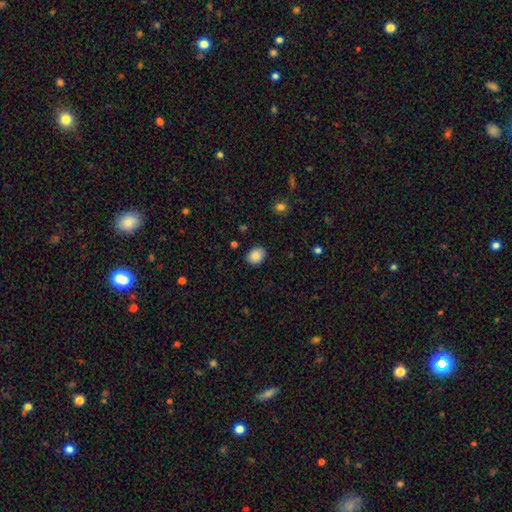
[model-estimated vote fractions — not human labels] Q: Smooth or featured?
A: smooth (87%); runner-up: star or artifact (9%)
Q: How rounded?
A: round (61%); runner-up: in between (38%)
Q: Merging?
A: none (87%); runner-up: minor disturbance (9%)